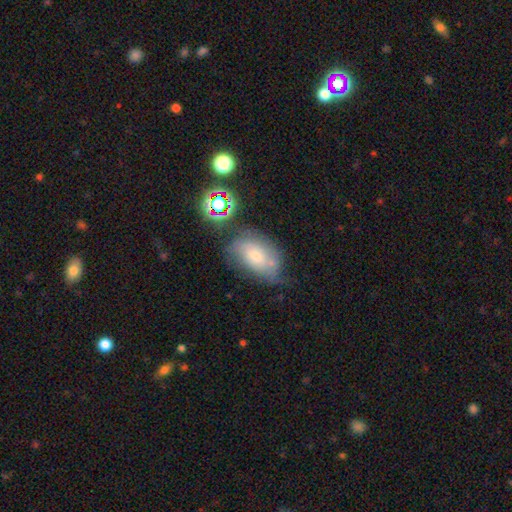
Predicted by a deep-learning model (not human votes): Morphology: type=smooth (56%); roundness=in between (87%); merging=none (45%).